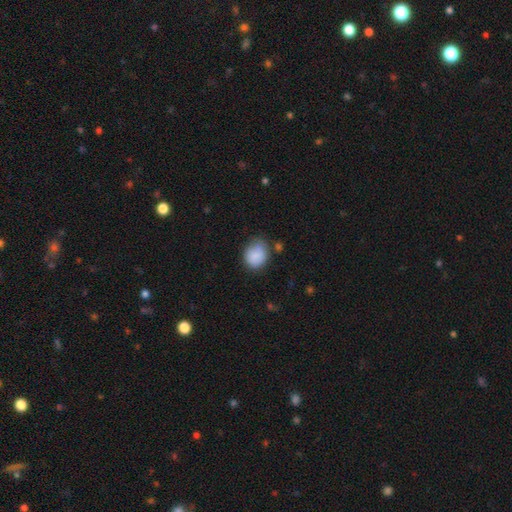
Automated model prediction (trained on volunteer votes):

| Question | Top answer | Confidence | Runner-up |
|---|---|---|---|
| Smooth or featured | smooth | 84% | star or artifact (8%) |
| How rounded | round | 61% | in between (38%) |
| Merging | none | 58% | minor disturbance (29%) |